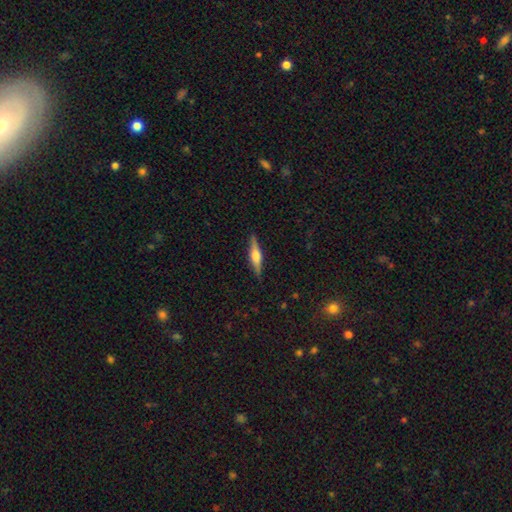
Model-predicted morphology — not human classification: smooth-or-featured: featured or disk: 65% | smooth: 29% | star or artifact: 6%
  disk-edge-on: yes: 97% | no: 3%
    edge-on-bulge: rounded: 88% | boxy: 9% | none: 3%
  merging: none: 90% | minor disturbance: 7% | major disturbance: 2% | merger: 1%